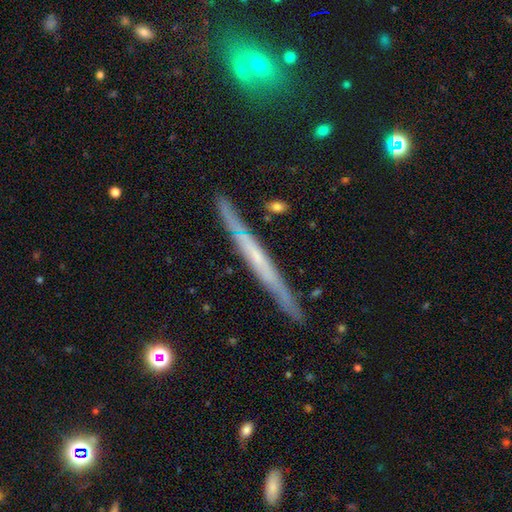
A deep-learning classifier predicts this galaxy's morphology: Smooth or featured?
  - featured or disk: 66% *
  - smooth: 25%
  - star or artifact: 8%
Edge-on disk?
  - yes: 94% *
  - no: 6%
Edge-on bulge?
  - none: 76% *
  - rounded: 18%
  - boxy: 6%
Merging?
  - none: 86% *
  - minor disturbance: 10%
  - merger: 2%
  - major disturbance: 2%